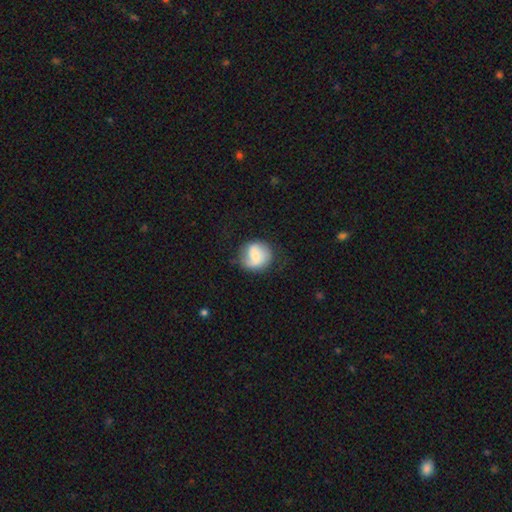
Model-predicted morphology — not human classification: smooth_or_featured: smooth (p=0.54) [alt: featured or disk p=0.38]
how_rounded: round (p=0.83) [alt: in between p=0.16]
merging: none (p=0.64) [alt: minor disturbance p=0.24]